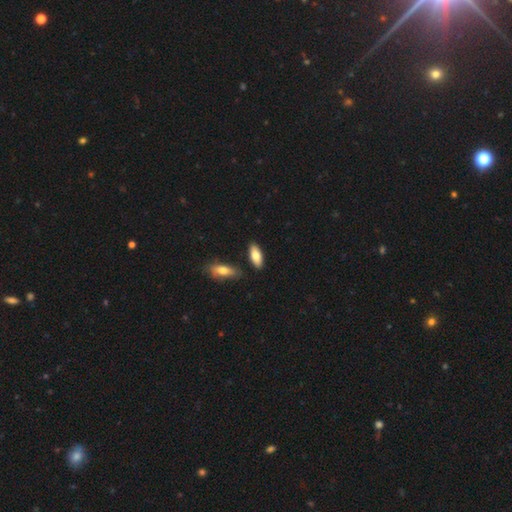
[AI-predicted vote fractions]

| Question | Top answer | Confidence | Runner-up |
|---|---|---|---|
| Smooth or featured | smooth | 78% | featured or disk (16%) |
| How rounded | in between | 77% | cigar-shaped (20%) |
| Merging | none | 83% | minor disturbance (10%) |